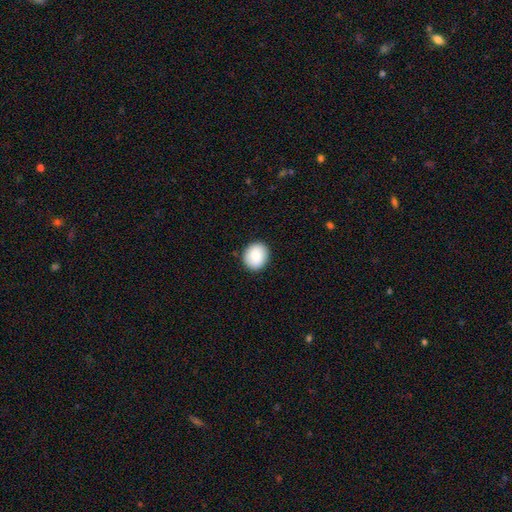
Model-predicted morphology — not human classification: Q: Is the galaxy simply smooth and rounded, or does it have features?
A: smooth — 84%.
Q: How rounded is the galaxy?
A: round — 66%.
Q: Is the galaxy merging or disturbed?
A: none — 89%.